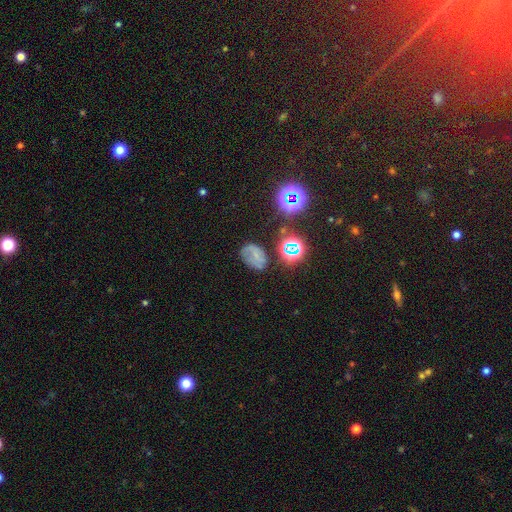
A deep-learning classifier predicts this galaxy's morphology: type=smooth (40%); merging=none (56%).